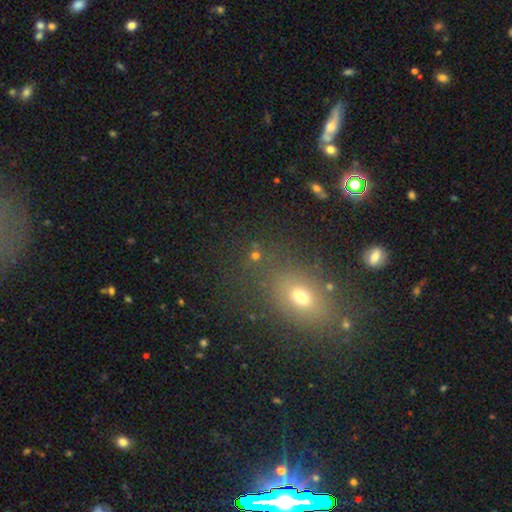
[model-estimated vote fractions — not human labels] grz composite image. It shows a smooth galaxy with no disk features (55%) that is round (64%). Merging: none (72%).